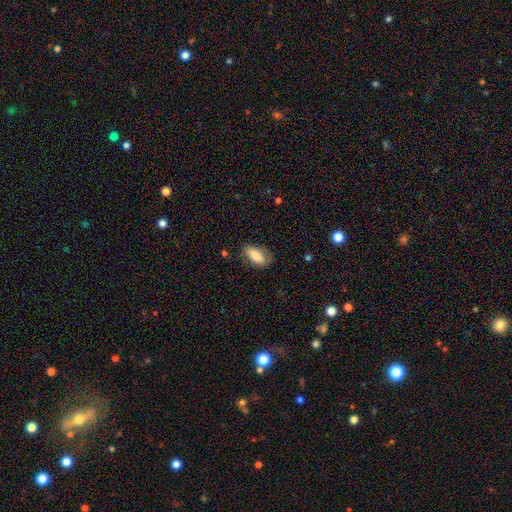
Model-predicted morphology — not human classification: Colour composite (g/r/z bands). It shows a smooth galaxy with no disk features (80%) that is in between round and cigar-shaped (90%). Merging: none (75%).